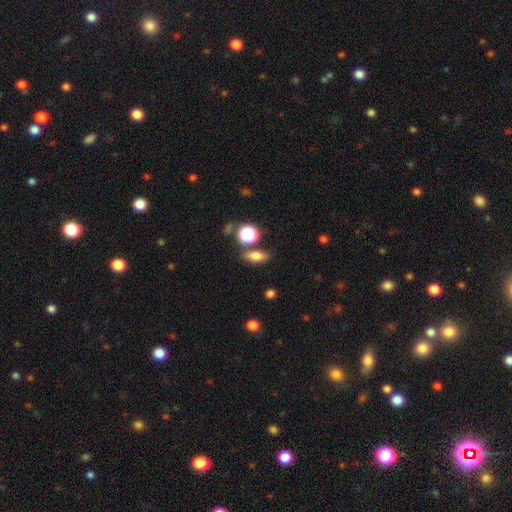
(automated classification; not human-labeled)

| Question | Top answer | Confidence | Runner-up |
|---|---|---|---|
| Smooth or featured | smooth | 71% | featured or disk (15%) |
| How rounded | in between | 64% | cigar-shaped (19%) |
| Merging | none | 78% | minor disturbance (11%) |